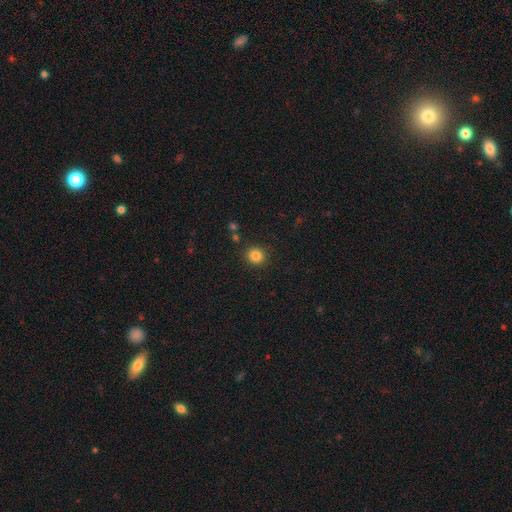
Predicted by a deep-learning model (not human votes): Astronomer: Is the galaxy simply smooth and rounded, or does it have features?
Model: smooth — 84%.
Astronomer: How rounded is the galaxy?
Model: round — 89%.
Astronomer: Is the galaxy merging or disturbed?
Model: none — 89%.